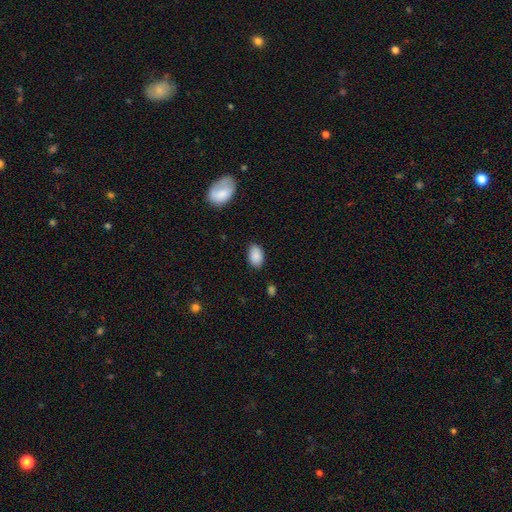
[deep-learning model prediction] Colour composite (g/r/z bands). It shows a smooth galaxy with no disk features (88%) that is in between round and cigar-shaped (91%). Merging: none (84%).